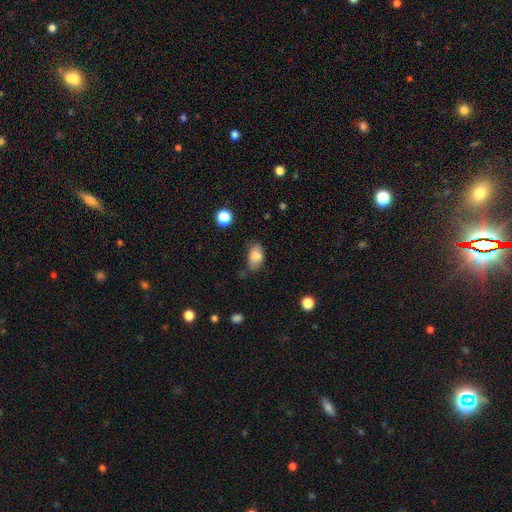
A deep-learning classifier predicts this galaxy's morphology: Smooth or featured? Predicted: smooth (p=0.82). How rounded? Predicted: in between (p=0.88). Merging? Predicted: none (p=0.51).